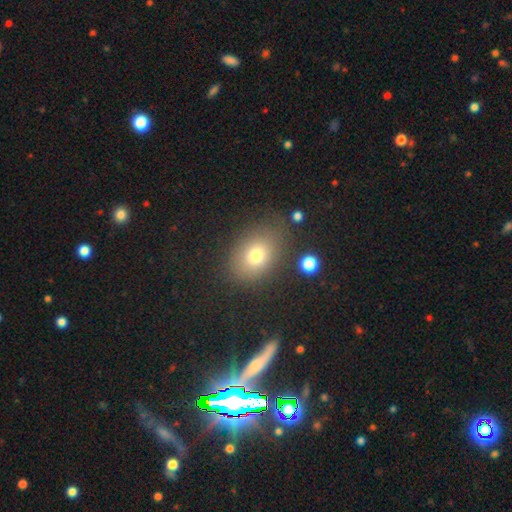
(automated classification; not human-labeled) This is likely a smooth galaxy (74%). How rounded: likely in between (64%). Merging: likely none (75%).